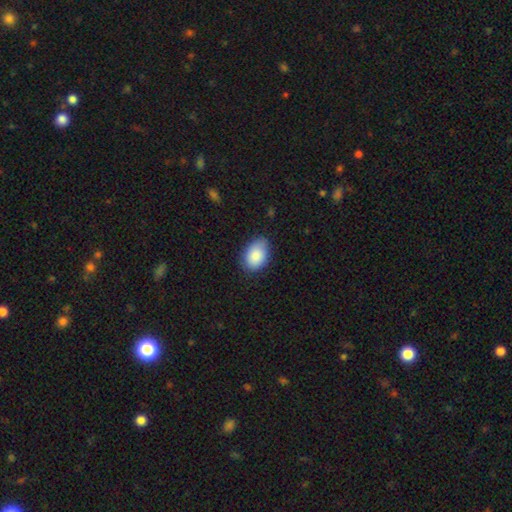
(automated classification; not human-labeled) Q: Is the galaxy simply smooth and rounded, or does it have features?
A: smooth — 87%.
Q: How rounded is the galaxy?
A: in between — 84%.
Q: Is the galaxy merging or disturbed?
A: none — 77%.